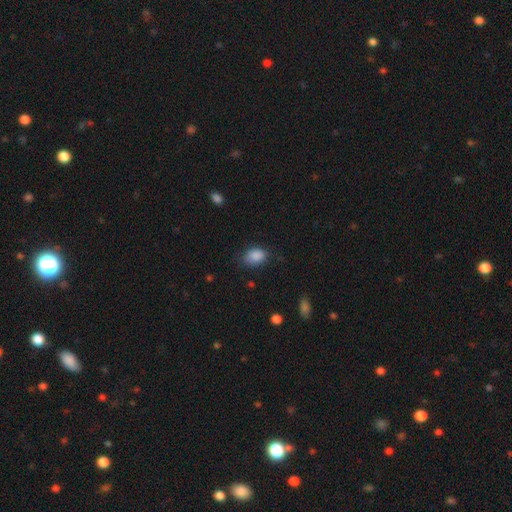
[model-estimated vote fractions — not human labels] Smooth or featured? smooth (87%)
How rounded? in between (80%)
Merging? none (73%)